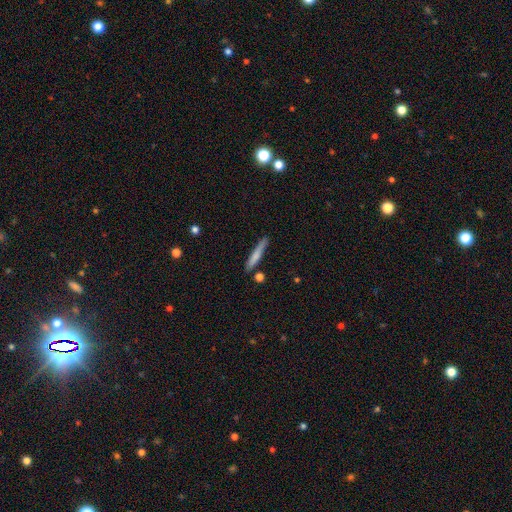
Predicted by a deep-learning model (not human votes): The model was most divided on "smooth or featured": smooth: 71%, featured or disk: 23%, star or artifact: 6%. More confident: how rounded — cigar-shaped (94%); merging — none (80%).